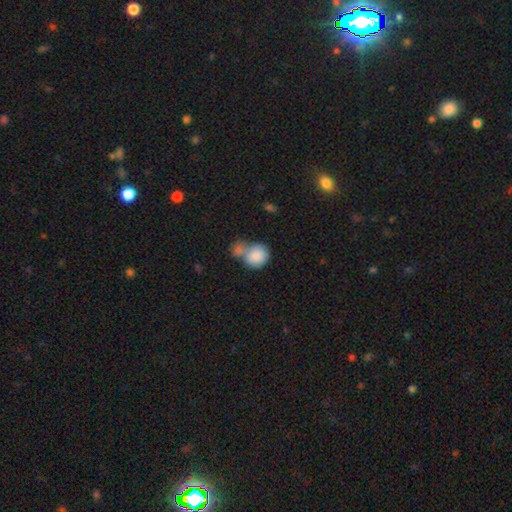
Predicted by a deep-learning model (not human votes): This appears to be a smooth galaxy with no disk features (85%) that is round (68%). Merging: merger (53%).